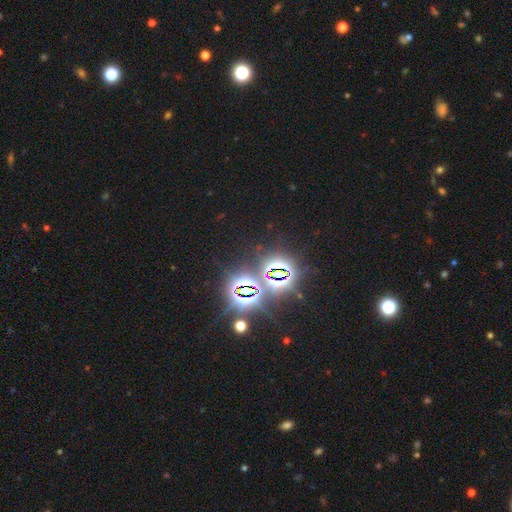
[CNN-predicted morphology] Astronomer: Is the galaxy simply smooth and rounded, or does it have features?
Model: star or artifact — 76%.